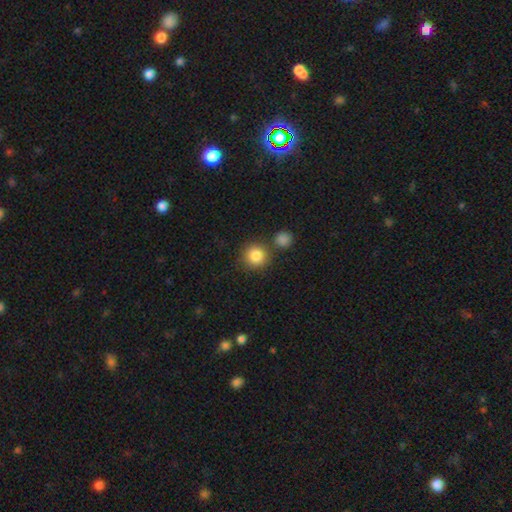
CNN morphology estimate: smooth 86%, star or artifact 9%, featured or disk 5%. Down the decision tree: how rounded — round (92%); merging — none (74%).